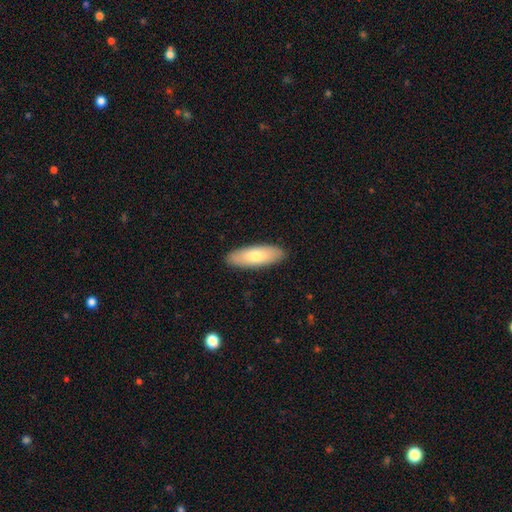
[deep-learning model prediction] smooth-or-featured: smooth: 75% | featured or disk: 20% | star or artifact: 6%
  how-rounded: in between: 61% | cigar-shaped: 37% | round: 2%
  merging: none: 90% | minor disturbance: 8% | major disturbance: 2% | merger: 1%